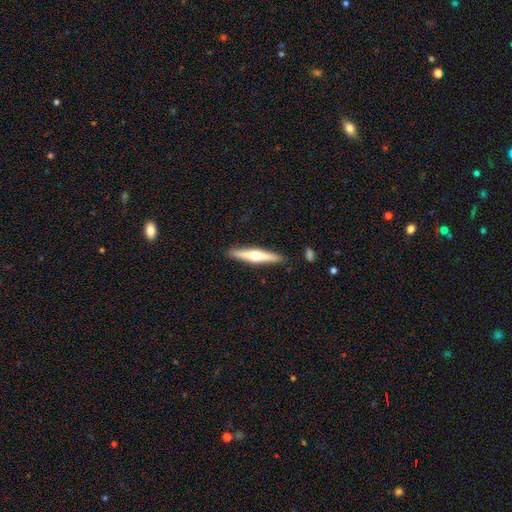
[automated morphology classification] Smooth or featured? Predicted: featured or disk (p=0.60). Edge-on disk? Predicted: yes (p=0.96). Edge-on bulge? Predicted: rounded (p=0.92). Merging? Predicted: none (p=0.90).